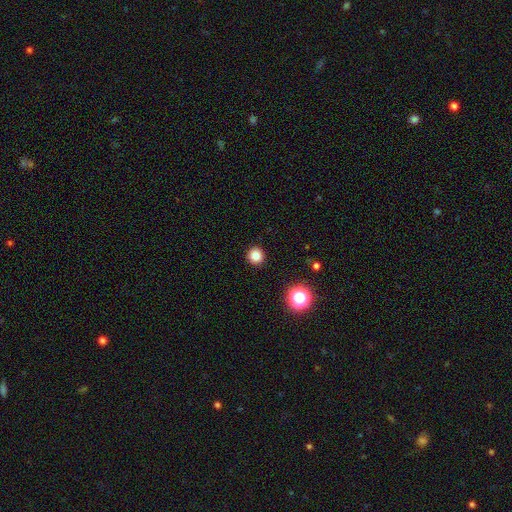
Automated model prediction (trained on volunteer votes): Overall: smooth (82%). How rounded: round (94%). Merging: none (93%).